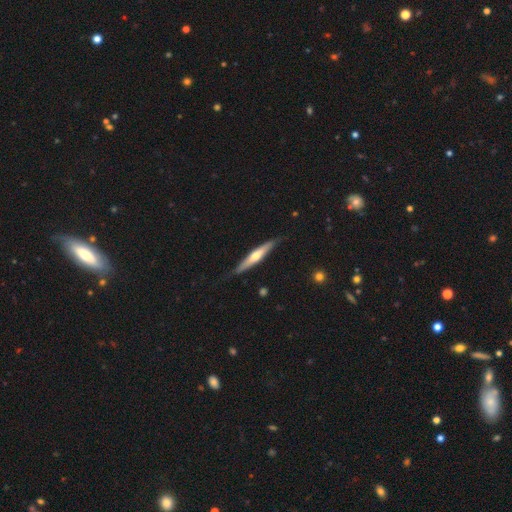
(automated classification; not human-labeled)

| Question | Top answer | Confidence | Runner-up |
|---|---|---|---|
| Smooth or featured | featured or disk | 57% | smooth (38%) |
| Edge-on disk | yes | 93% | no (7%) |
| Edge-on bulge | rounded | 83% | none (12%) |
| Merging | none | 83% | minor disturbance (14%) |